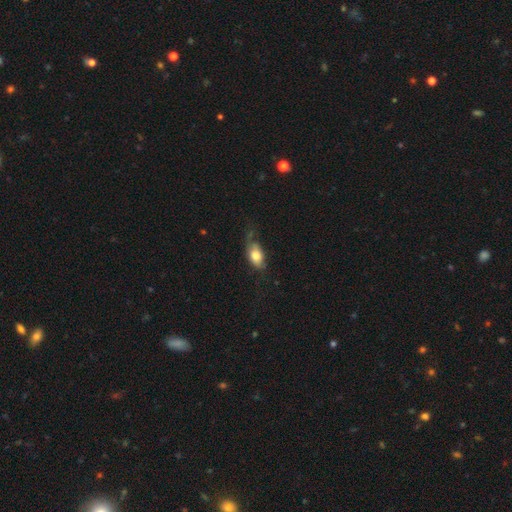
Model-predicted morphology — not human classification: smooth_or_featured: smooth (p=0.75) [alt: featured or disk p=0.18]
how_rounded: in between (p=0.88) [alt: round p=0.07]
merging: none (p=0.41) [alt: minor disturbance p=0.36]